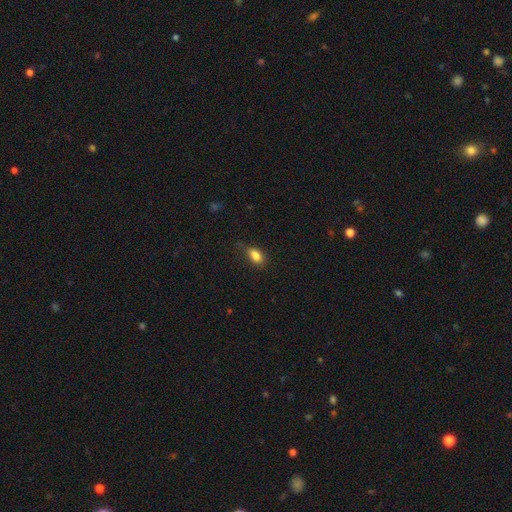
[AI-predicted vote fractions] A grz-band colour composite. It shows a smooth galaxy with no disk features (84%) that is in between round and cigar-shaped (86%). Merging: none (69%).